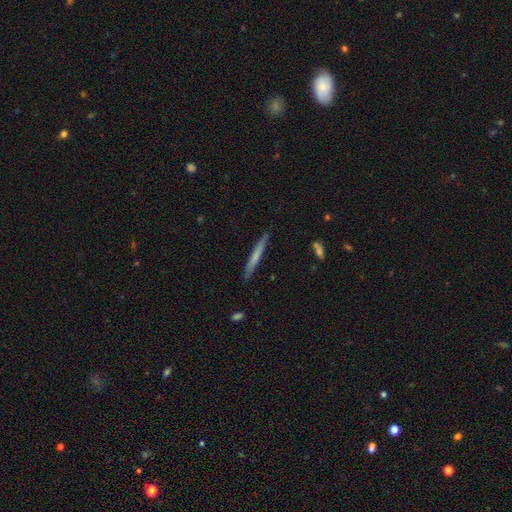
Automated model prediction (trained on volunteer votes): Smooth or featured: smooth — 59% (featured or disk — 35%)
How rounded: cigar-shaped — 96% (in between — 2%)
Merging: none — 89% (minor disturbance — 8%)